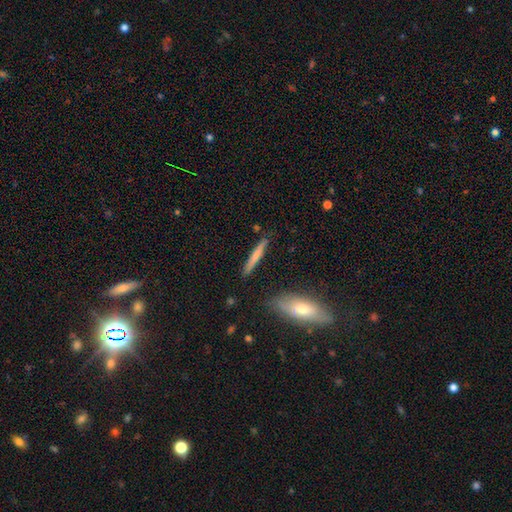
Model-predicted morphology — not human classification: This is likely a smooth galaxy (63%). How rounded: clearly cigar-shaped (94%). Merging: clearly none (87%).